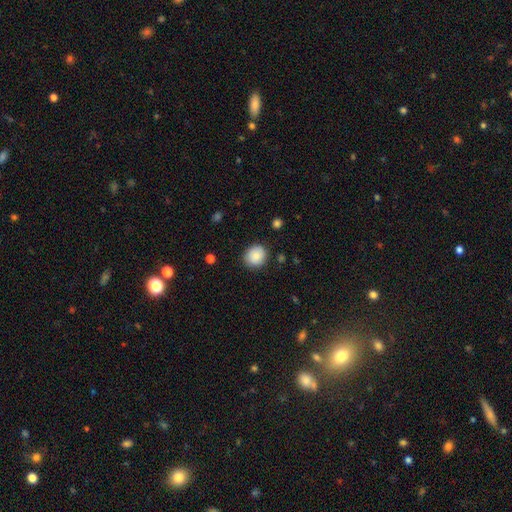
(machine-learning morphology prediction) This is clearly a smooth galaxy (83%). How rounded: clearly round (83%). Merging: clearly none (85%).